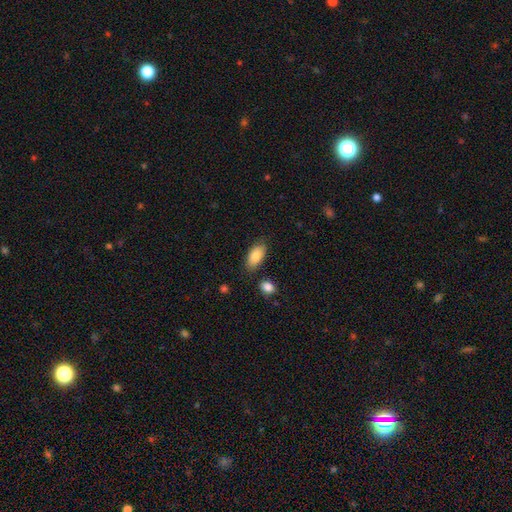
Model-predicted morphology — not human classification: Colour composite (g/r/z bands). It shows a smooth galaxy with no disk features (85%) that is in between round and cigar-shaped (93%). Merging: none (80%).